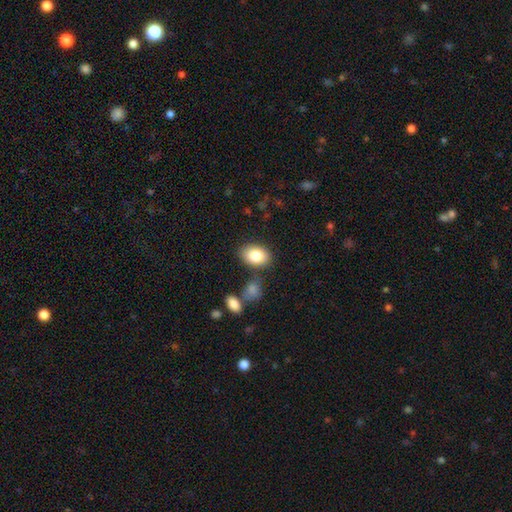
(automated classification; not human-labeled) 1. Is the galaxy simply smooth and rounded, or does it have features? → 83% smooth, 9% featured or disk, 8% star or artifact.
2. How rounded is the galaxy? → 82% in between, 17% round, 1% cigar-shaped.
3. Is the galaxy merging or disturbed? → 80% none, 12% minor disturbance, 5% merger, 3% major disturbance.